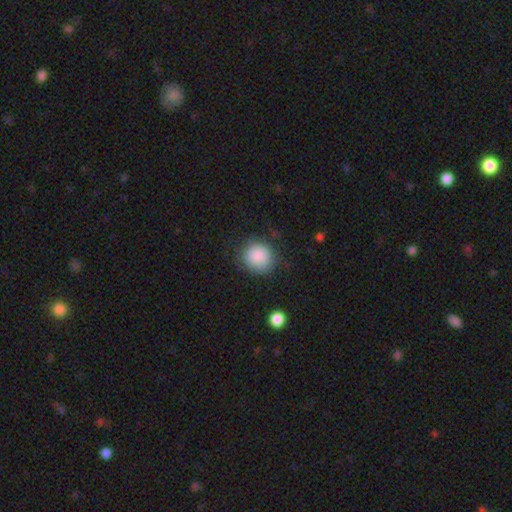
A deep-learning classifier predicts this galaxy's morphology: This appears to be a smooth galaxy with no disk features (87%) that is round (87%). Merging: none (81%).